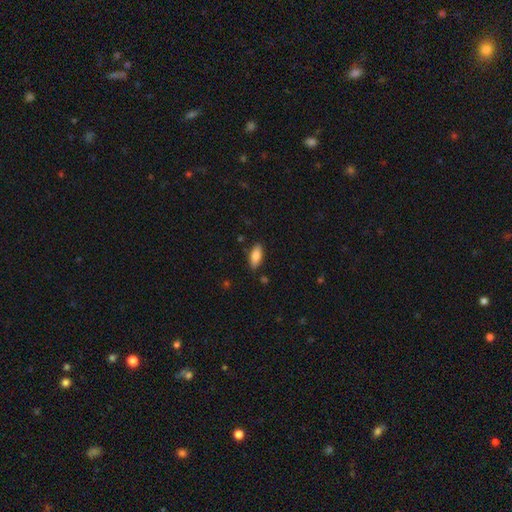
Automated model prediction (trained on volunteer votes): The model was most divided on "how rounded": in between: 80%, cigar-shaped: 18%, round: 2%. More confident: merging — none (85%); smooth or featured — smooth (82%).